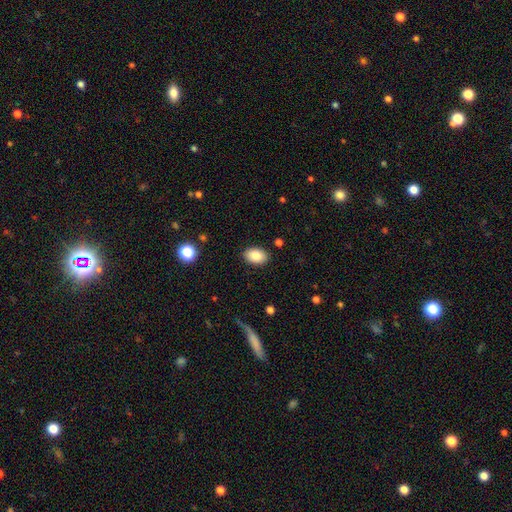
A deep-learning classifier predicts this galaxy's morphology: type=smooth (85%); roundness=in between (89%); merging=none (88%).